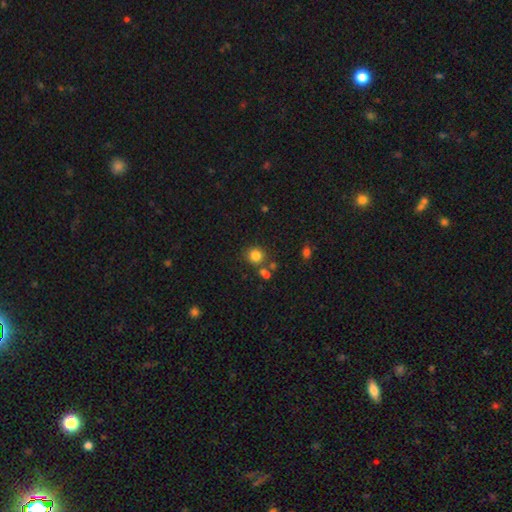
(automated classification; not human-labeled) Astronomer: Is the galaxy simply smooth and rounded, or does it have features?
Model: smooth — 82%.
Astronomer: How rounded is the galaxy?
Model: round — 87%.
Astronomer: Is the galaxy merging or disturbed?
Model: none — 73%.